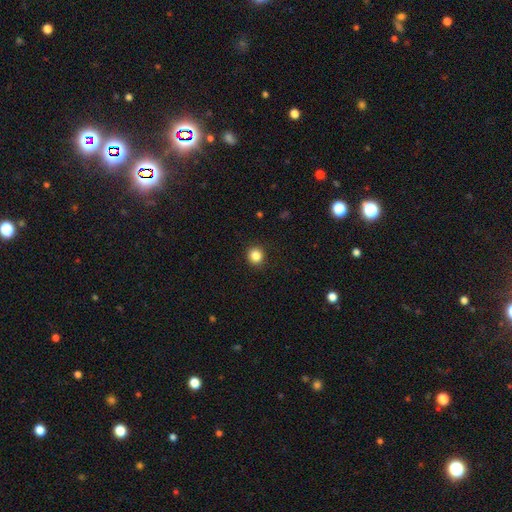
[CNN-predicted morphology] A smooth galaxy with no disk features (85%) that is round (92%).

Vote fractions:
- Smooth or featured? smooth: 85% / star or artifact: 11% / featured or disk: 4%
- How rounded? round: 92% / in between: 7% / cigar-shaped: 1%
- Merging? none: 91% / minor disturbance: 6% / major disturbance: 2% / merger: 1%